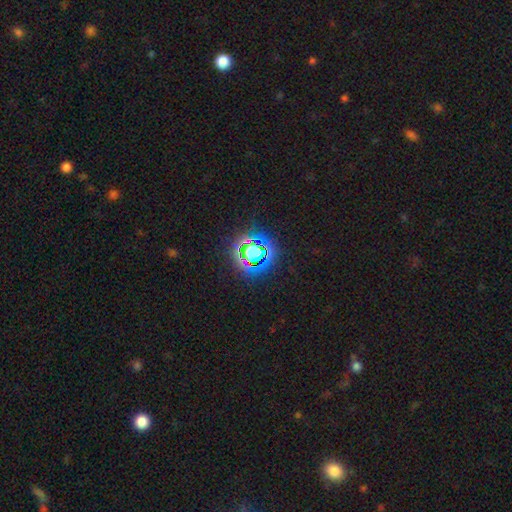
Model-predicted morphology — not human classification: star or artifact 64%, smooth 24%, featured or disk 12%.